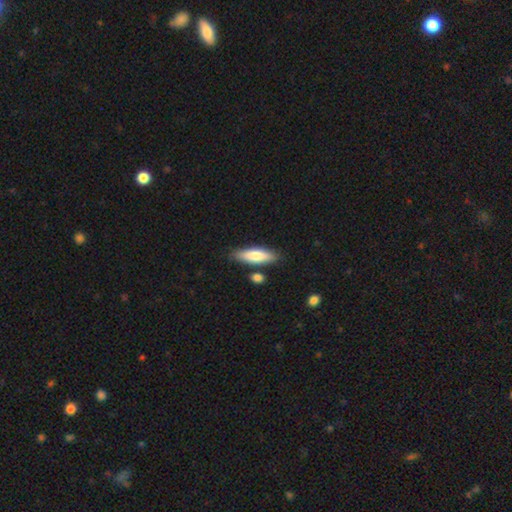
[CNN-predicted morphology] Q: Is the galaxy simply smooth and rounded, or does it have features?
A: smooth — 75%.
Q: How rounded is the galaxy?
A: cigar-shaped — 57%.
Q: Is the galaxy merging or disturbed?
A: none — 80%.